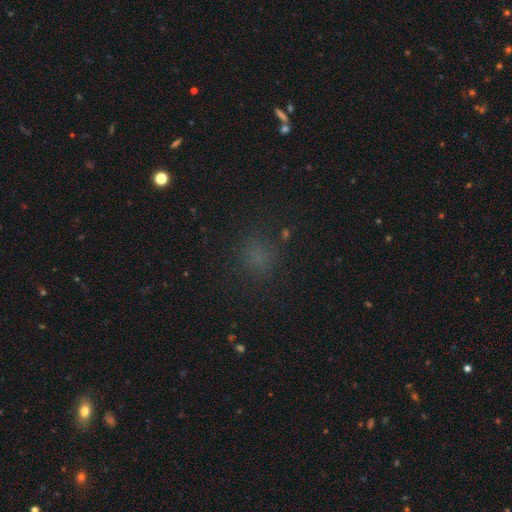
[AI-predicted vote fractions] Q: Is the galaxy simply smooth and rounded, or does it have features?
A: smooth — 67%.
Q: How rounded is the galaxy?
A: round — 81%.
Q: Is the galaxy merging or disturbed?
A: none — 82%.